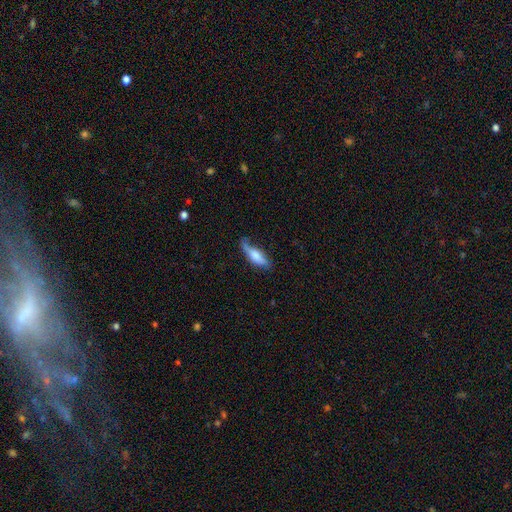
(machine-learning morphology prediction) Smooth or featured? Predicted: smooth (p=0.70). How rounded? Predicted: in between (p=0.52). Merging? Predicted: none (p=0.45).